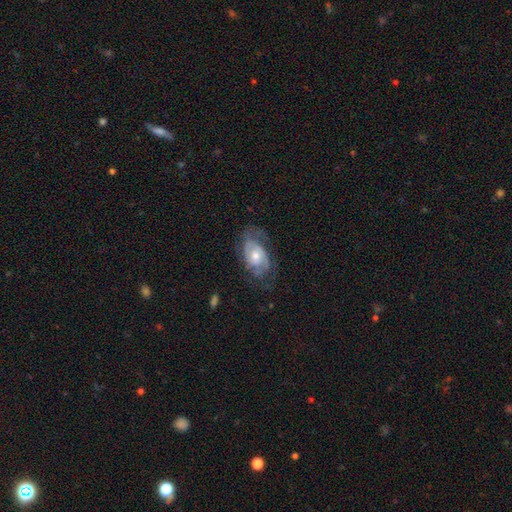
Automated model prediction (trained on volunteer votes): This is likely a featured or disk galaxy (71%). It is clearly not viewed edge-on (95%). Bar: likely no (75%). Spiral arm pattern: clearly yes (84%). Spiral arm count: possibly 2 (49%). Spiral winding: possibly tight (45%). Central bulge: possibly moderate (59%). Merging: possibly none (56%).